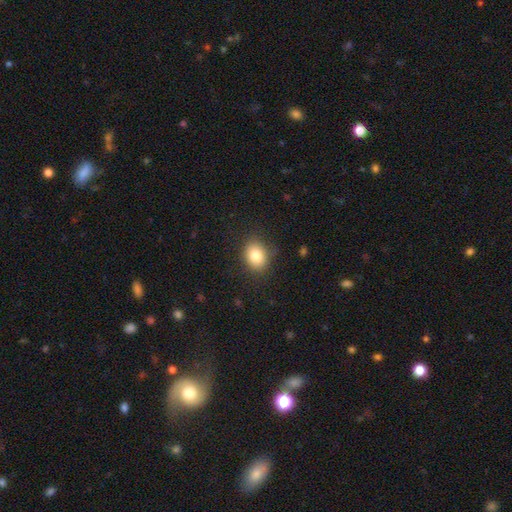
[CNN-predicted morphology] A smooth galaxy with no disk features (83%) that is in between round and cigar-shaped (55%).

Vote fractions:
- Smooth or featured? smooth: 83% / star or artifact: 9% / featured or disk: 8%
- How rounded? in between: 55% / round: 44% / cigar-shaped: 1%
- Merging? none: 83% / minor disturbance: 12% / major disturbance: 3% / merger: 1%